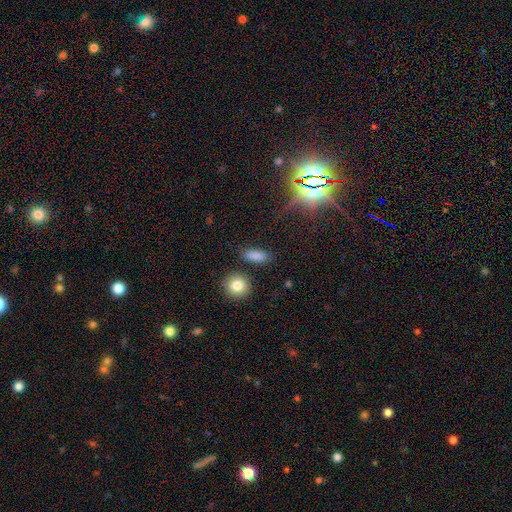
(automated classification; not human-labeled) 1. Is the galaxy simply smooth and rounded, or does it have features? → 83% smooth, 11% star or artifact, 6% featured or disk.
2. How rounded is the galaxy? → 69% in between, 23% cigar-shaped, 8% round.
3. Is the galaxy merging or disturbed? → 84% none, 9% minor disturbance, 4% merger, 3% major disturbance.